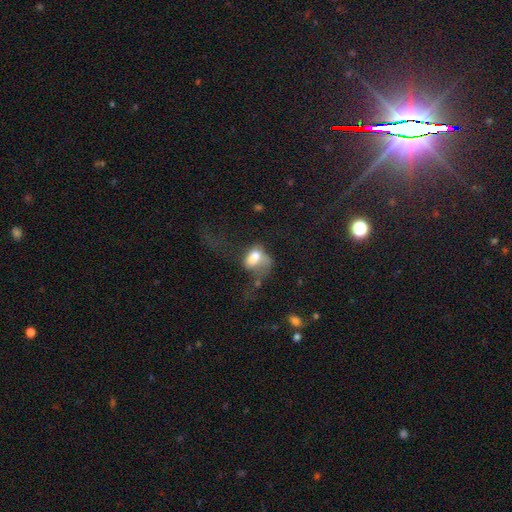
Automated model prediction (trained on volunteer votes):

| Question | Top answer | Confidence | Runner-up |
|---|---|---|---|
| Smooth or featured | smooth | 63% | featured or disk (26%) |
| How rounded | in between | 80% | round (18%) |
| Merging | major disturbance | 53% | none (18%) |